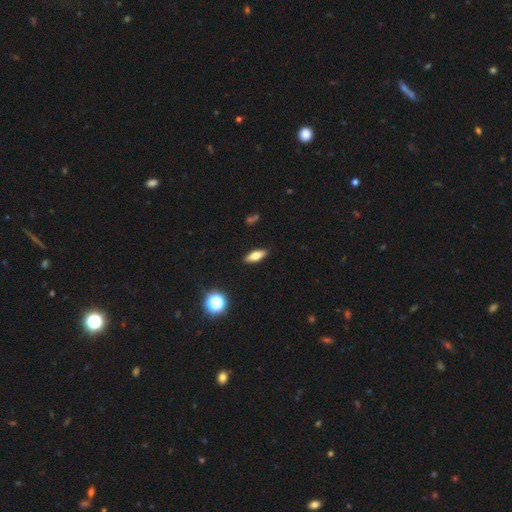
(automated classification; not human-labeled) Smooth or featured?
  - smooth: 64% *
  - featured or disk: 27%
  - star or artifact: 9%
How rounded?
  - in between: 65% *
  - cigar-shaped: 31%
  - round: 4%
Merging?
  - none: 89% *
  - minor disturbance: 8%
  - major disturbance: 2%
  - merger: 1%